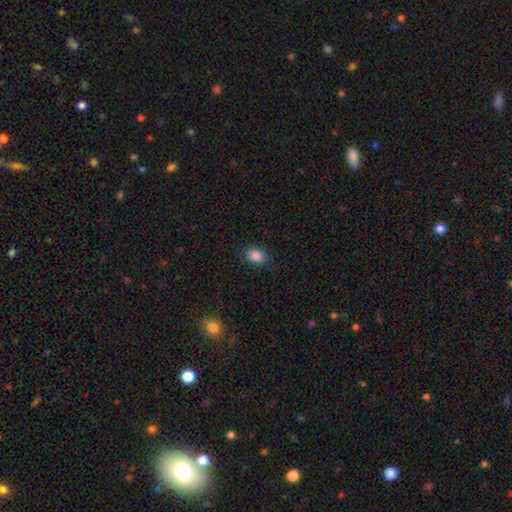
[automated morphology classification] smooth-or-featured: smooth: 87% | star or artifact: 9% | featured or disk: 4%
  how-rounded: in between: 68% | round: 30% | cigar-shaped: 1%
  merging: none: 84% | minor disturbance: 12% | major disturbance: 3% | merger: 1%